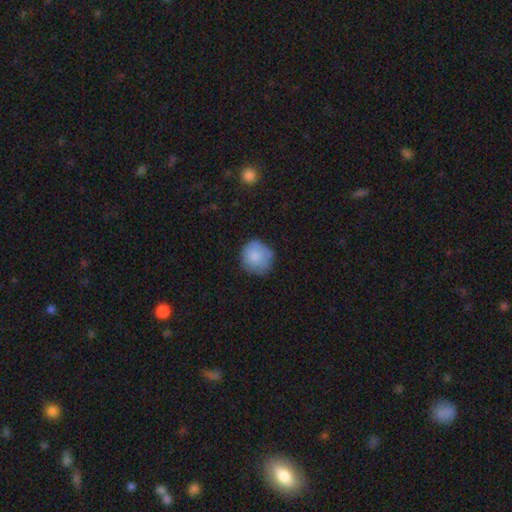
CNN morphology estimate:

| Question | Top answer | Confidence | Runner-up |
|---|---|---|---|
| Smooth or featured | smooth | 81% | featured or disk (11%) |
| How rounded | round | 91% | in between (8%) |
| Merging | none | 72% | minor disturbance (21%) |